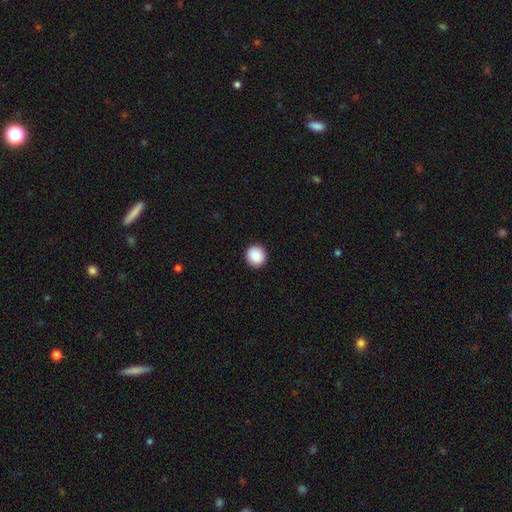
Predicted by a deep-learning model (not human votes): Q: Smooth or featured?
A: smooth (90%); runner-up: star or artifact (8%)
Q: How rounded?
A: round (91%); runner-up: in between (8%)
Q: Merging?
A: none (93%); runner-up: minor disturbance (5%)